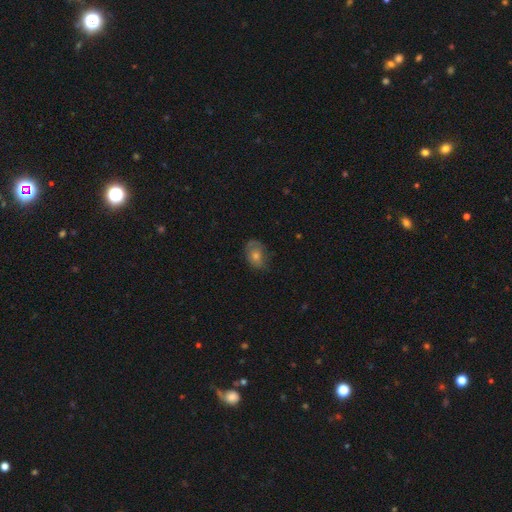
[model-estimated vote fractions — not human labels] This appears to be a smooth galaxy with no disk features (52%) that is in between round and cigar-shaped (69%). Merging: none (69%).